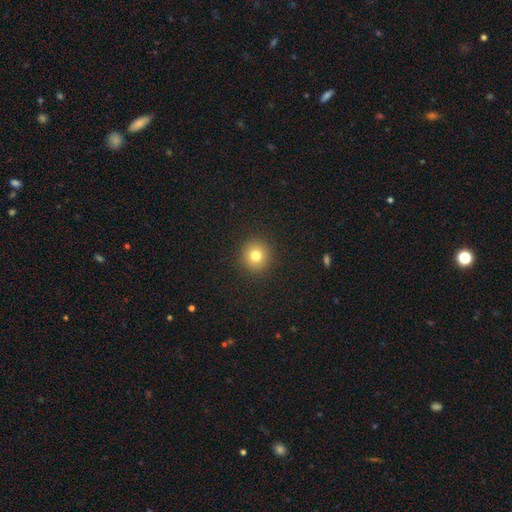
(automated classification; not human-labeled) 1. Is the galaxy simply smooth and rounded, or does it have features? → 79% smooth, 13% star or artifact, 9% featured or disk.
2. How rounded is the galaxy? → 93% round, 6% in between, 1% cigar-shaped.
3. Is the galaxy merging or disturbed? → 92% none, 5% minor disturbance, 2% major disturbance, 1% merger.